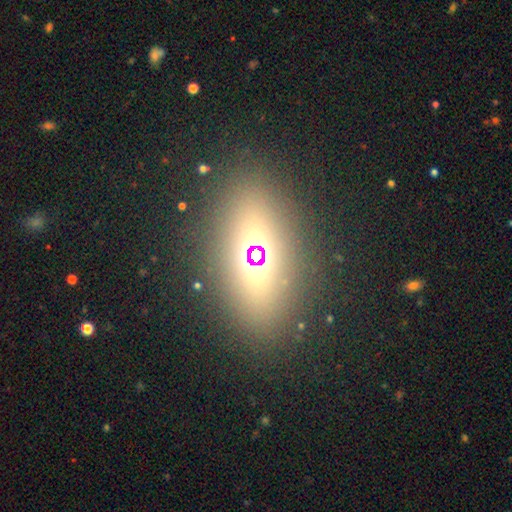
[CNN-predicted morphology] A smooth galaxy with no disk features (41%). Merging: none (83%).